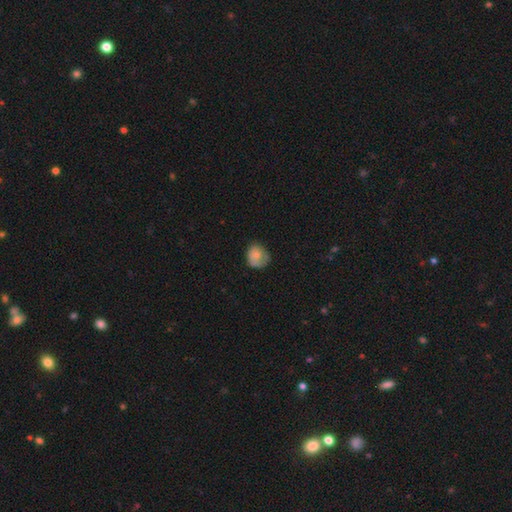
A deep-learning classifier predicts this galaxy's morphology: smooth-or-featured: smooth: 76% | featured or disk: 16% | star or artifact: 8%
  how-rounded: round: 68% | in between: 31% | cigar-shaped: 1%
  merging: none: 53% | minor disturbance: 31% | major disturbance: 14% | merger: 2%